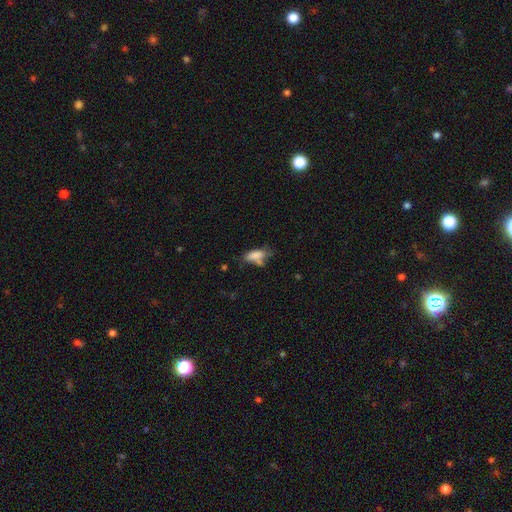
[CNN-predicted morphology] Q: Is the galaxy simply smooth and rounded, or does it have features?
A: smooth — 77%.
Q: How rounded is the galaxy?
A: in between — 74%.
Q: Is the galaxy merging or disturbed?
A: none — 43%.